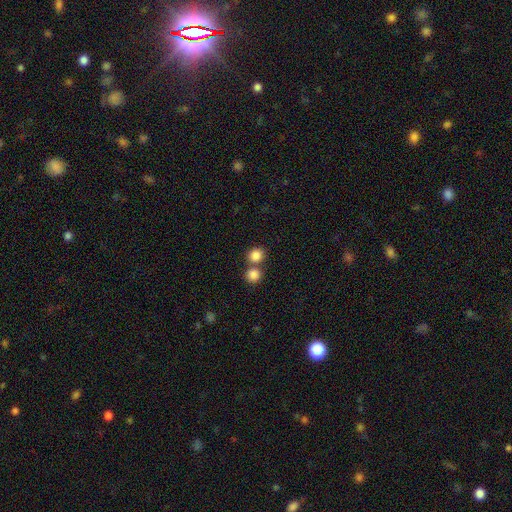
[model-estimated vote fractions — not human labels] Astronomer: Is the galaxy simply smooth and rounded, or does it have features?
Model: smooth — 84%.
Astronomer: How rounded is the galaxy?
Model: round — 88%.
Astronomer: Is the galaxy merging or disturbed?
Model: none — 58% (runner-up: merger, 34%).